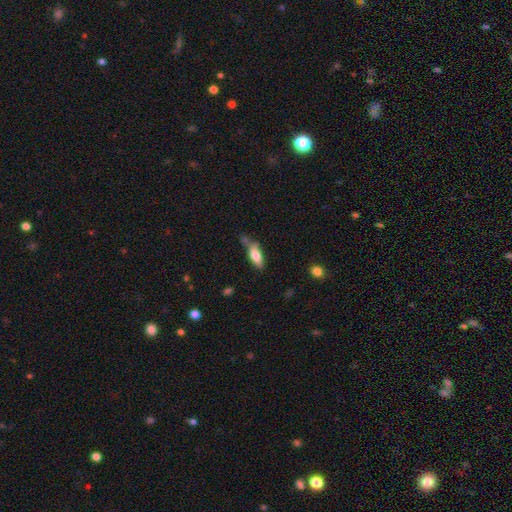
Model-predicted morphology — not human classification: Overall: smooth (75%). How rounded: in between (68%; cigar-shaped 29%). Merging: none (52%; minor disturbance 26%).